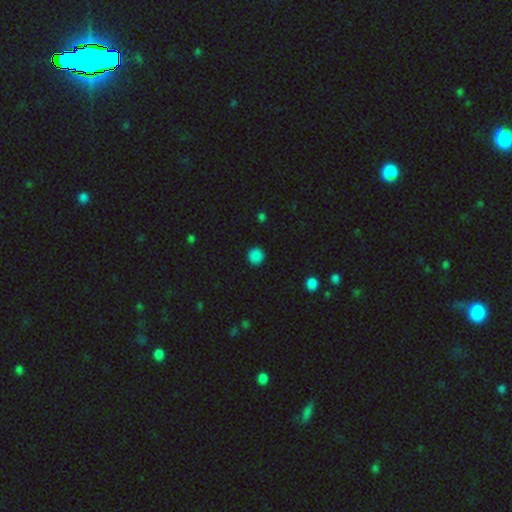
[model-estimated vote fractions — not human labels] A smooth galaxy with no disk features (86%) that is round (93%).

Vote fractions:
- Smooth or featured? smooth: 86% / star or artifact: 11% / featured or disk: 3%
- How rounded? round: 93% / in between: 6% / cigar-shaped: 1%
- Merging? none: 91% / minor disturbance: 6% / major disturbance: 2% / merger: 1%